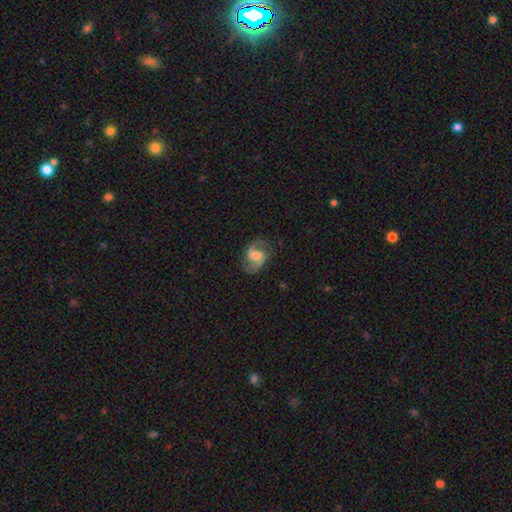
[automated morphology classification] Smooth or featured?
  - featured or disk: 83% *
  - smooth: 11%
  - star or artifact: 6%
Edge-on disk?
  - no: 98% *
  - yes: 2%
Bar?
  - weak: 49% *
  - no: 36%
  - strong: 15%
Spiral arms?
  - yes: 96% *
  - no: 4%
Spiral winding?
  - medium: 50% *
  - loose: 40%
  - tight: 11%
Spiral arm count?
  - 2: 92% *
  - can't tell: 3%
  - 1: 2%
  - 3: 1%
  - 4: 1%
  - more than 4: 1%
Bulge size?
  - moderate: 52% *
  - small: 28%
  - large: 12%
  - none: 7%
  - dominant: 2%
Merging?
  - none: 79% *
  - minor disturbance: 14%
  - major disturbance: 6%
  - merger: 1%